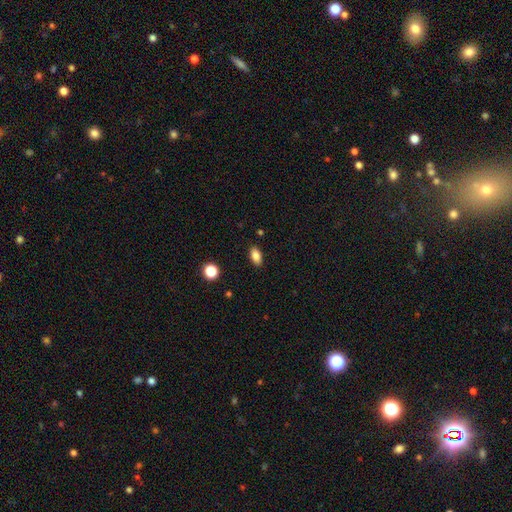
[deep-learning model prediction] Smooth or featured: smooth — 84% (star or artifact — 9%)
How rounded: in between — 88% (round — 6%)
Merging: none — 88% (minor disturbance — 8%)